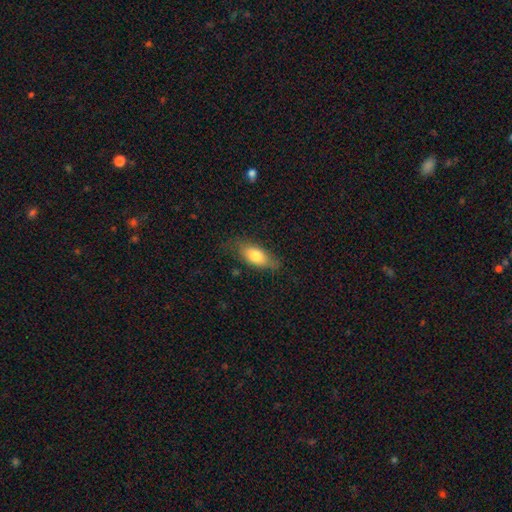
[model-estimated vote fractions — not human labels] Smooth or featured?
  - smooth: 75% *
  - featured or disk: 18%
  - star or artifact: 7%
How rounded?
  - in between: 82% *
  - cigar-shaped: 14%
  - round: 4%
Merging?
  - none: 72% *
  - minor disturbance: 21%
  - major disturbance: 6%
  - merger: 1%